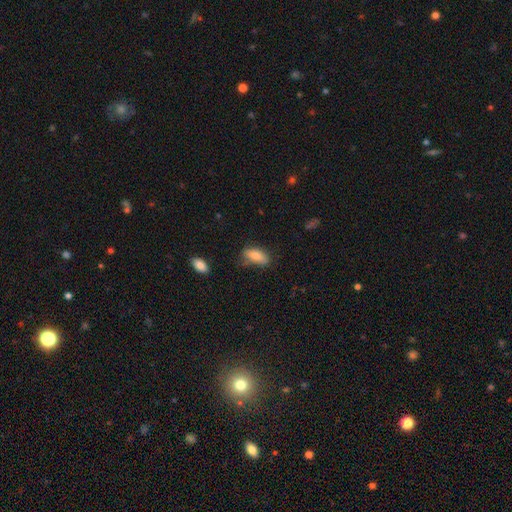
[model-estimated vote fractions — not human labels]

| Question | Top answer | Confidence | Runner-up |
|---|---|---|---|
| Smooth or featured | smooth | 85% | featured or disk (8%) |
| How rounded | in between | 86% | cigar-shaped (11%) |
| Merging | none | 61% | minor disturbance (28%) |